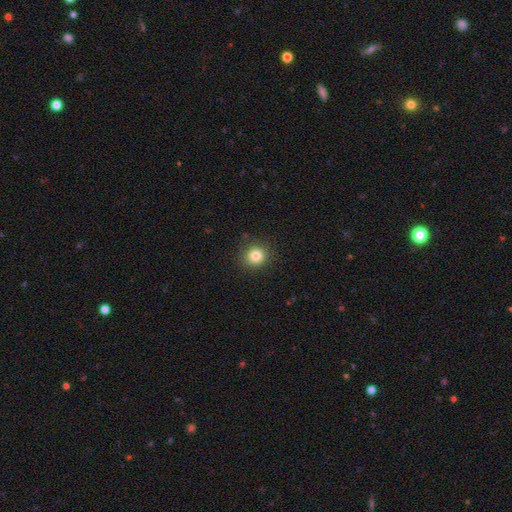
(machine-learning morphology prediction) Smooth or featured? smooth (82%)
How rounded? round (88%)
Merging? none (89%)